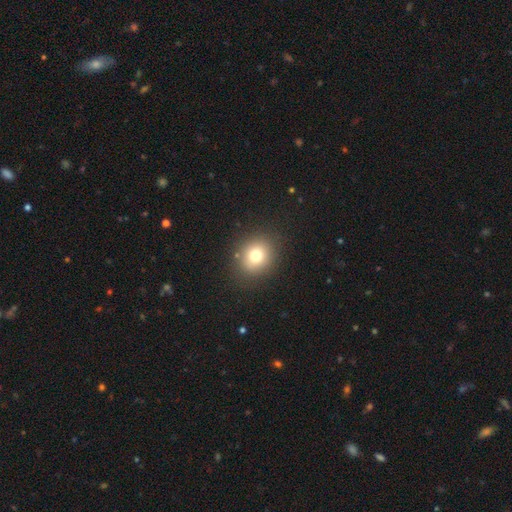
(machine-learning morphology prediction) This is likely a smooth galaxy (75%). How rounded: likely round (73%). Merging: clearly none (86%).